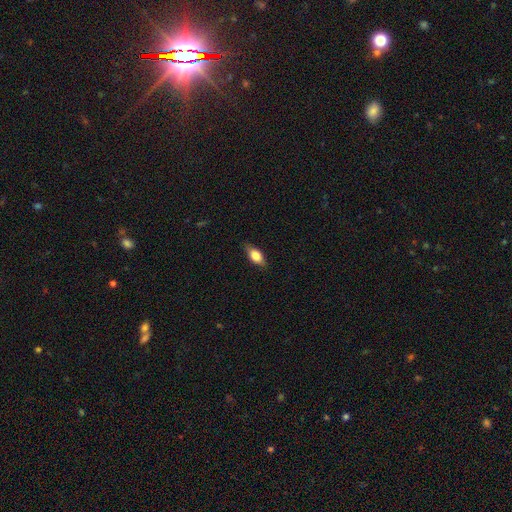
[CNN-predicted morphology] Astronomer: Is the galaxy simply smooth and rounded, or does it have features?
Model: smooth — 72%.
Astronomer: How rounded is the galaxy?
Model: in between — 81%.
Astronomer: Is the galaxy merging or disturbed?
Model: none — 81%.